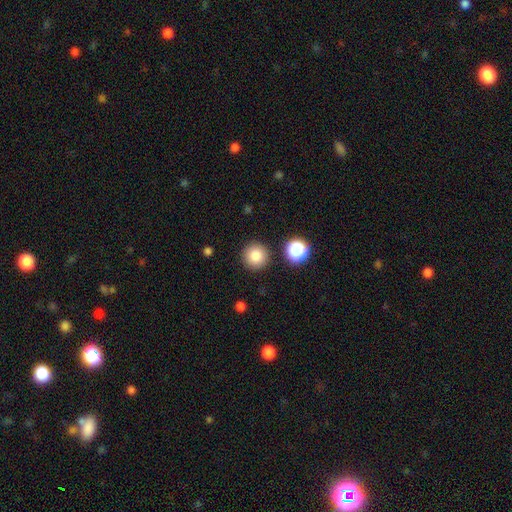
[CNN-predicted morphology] This is clearly a smooth galaxy (82%). How rounded: clearly round (96%). Merging: clearly none (89%).